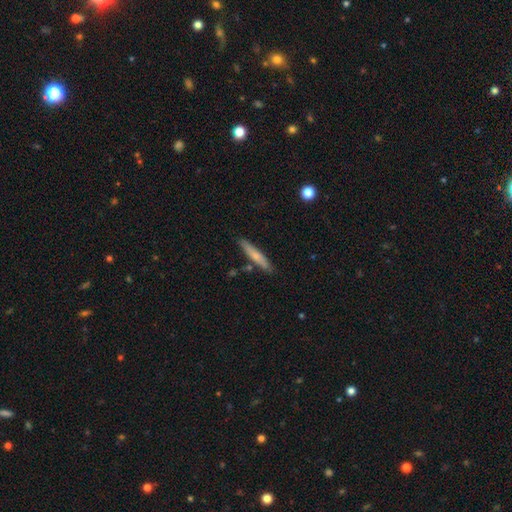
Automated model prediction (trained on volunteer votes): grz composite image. It shows a smooth galaxy with no disk features (63%) that is cigar-shaped (91%). Merging: none (82%).